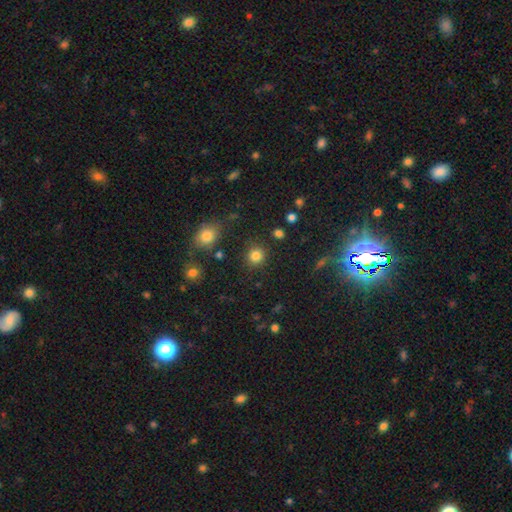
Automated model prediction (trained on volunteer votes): A smooth galaxy with no disk features (82%) that is round (90%). Merging: none (86%).